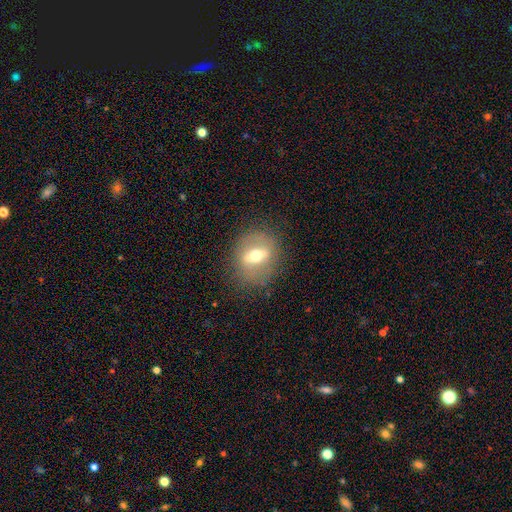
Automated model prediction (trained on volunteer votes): Overall: featured or disk (56%; smooth 35%). Edge-on disk: no (74%). Merging: none (80%).